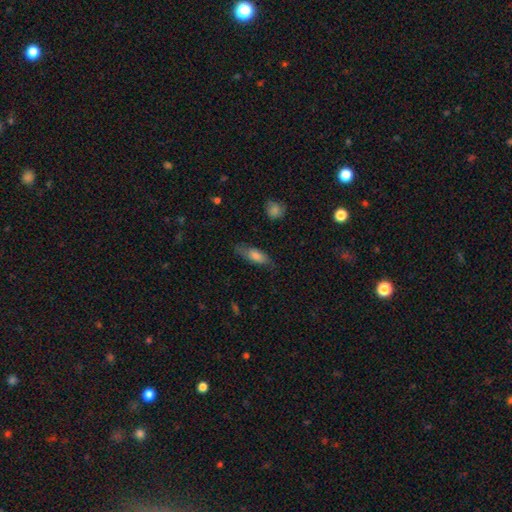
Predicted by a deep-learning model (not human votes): The model was most divided on "how rounded": in between: 58%, cigar-shaped: 39%, round: 3%. More confident: merging — none (73%); smooth or featured — smooth (69%).